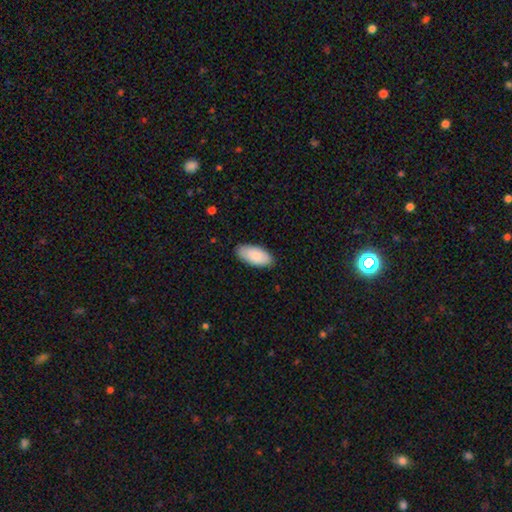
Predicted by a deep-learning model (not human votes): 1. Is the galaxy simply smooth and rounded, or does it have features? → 87% smooth, 8% featured or disk, 5% star or artifact.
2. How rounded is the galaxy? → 94% in between, 5% cigar-shaped, 2% round.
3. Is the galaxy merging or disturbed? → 85% none, 12% minor disturbance, 2% major disturbance, 1% merger.